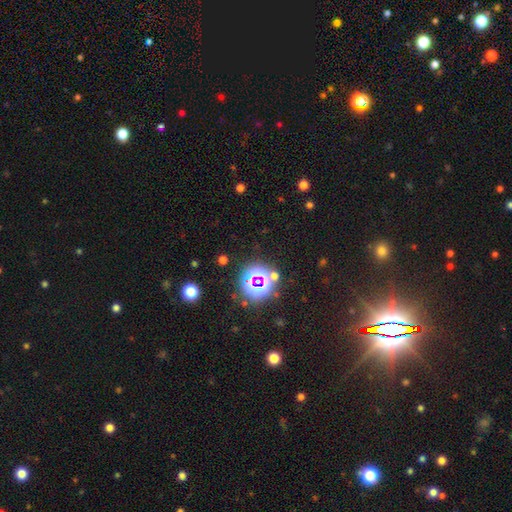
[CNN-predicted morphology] Smooth or featured?
  - star or artifact: 85% *
  - smooth: 8%
  - featured or disk: 7%